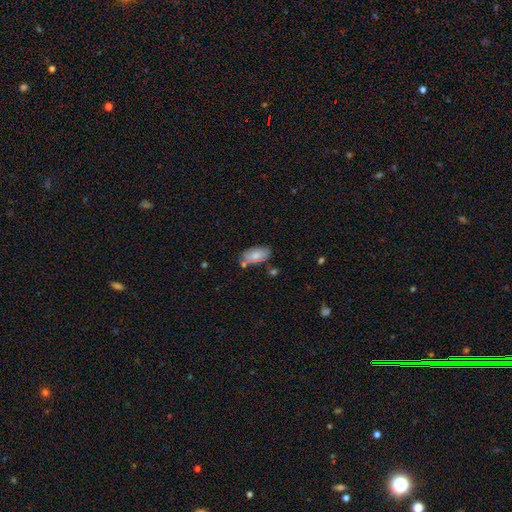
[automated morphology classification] A smooth galaxy with no disk features (80%) that is in between round and cigar-shaped (93%).

Vote fractions:
- Smooth or featured? smooth: 80% / featured or disk: 13% / star or artifact: 7%
- How rounded? in between: 93% / cigar-shaped: 4% / round: 3%
- Merging? none: 67% / minor disturbance: 19% / merger: 10% / major disturbance: 4%